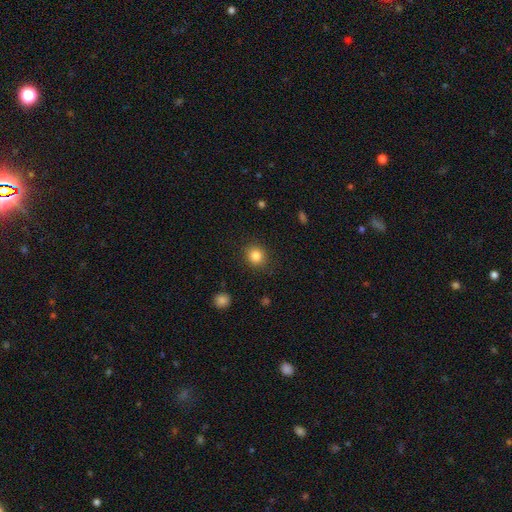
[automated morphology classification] Overall: smooth (85%). How rounded: round (84%). Merging: none (89%).